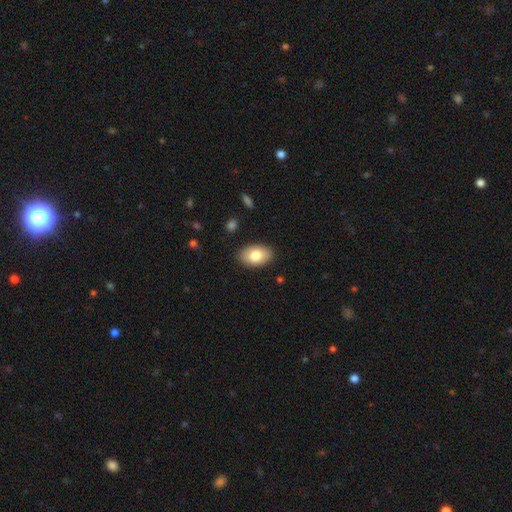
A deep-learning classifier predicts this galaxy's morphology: Smooth or featured? Predicted: smooth (p=0.81). How rounded? Predicted: in between (p=0.92). Merging? Predicted: none (p=0.87).